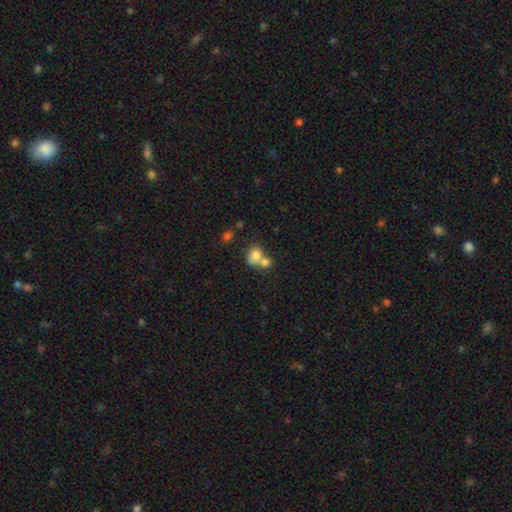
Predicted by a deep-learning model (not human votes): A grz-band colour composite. It shows a smooth galaxy with no disk features (77%) that is in between round and cigar-shaped (54%). Merging: merger (61%).